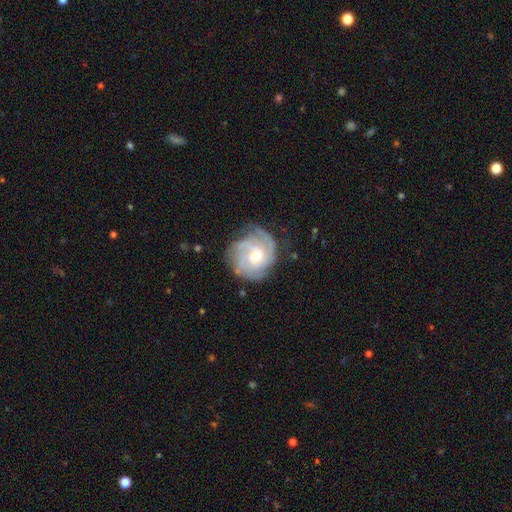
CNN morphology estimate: Smooth or featured?
  - featured or disk: 84% *
  - smooth: 10%
  - star or artifact: 6%
Edge-on disk?
  - no: 98% *
  - yes: 2%
Bar?
  - no: 69% *
  - weak: 27%
  - strong: 5%
Spiral arms?
  - yes: 96% *
  - no: 4%
Spiral winding?
  - tight: 64% *
  - medium: 29%
  - loose: 7%
Spiral arm count?
  - 3: 31% *
  - can't tell: 28%
  - 4: 17%
  - 2: 12%
  - more than 4: 6%
  - 1: 6%
Bulge size?
  - moderate: 64% *
  - small: 29%
  - large: 5%
  - none: 1%
  - dominant: 1%
Merging?
  - none: 71% *
  - minor disturbance: 20%
  - major disturbance: 8%
  - merger: 1%